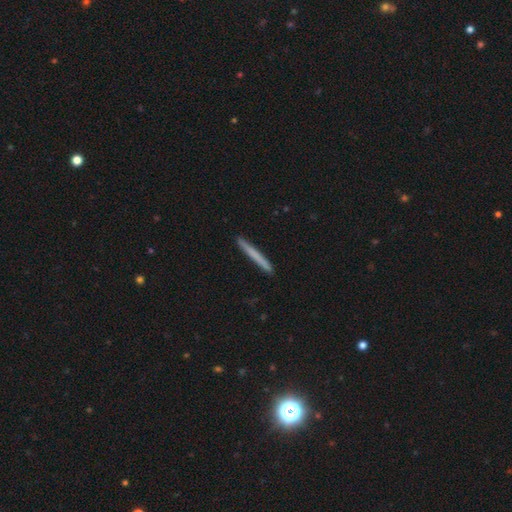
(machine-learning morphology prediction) This is likely a smooth galaxy (67%). How rounded: clearly cigar-shaped (97%). Merging: clearly none (92%).